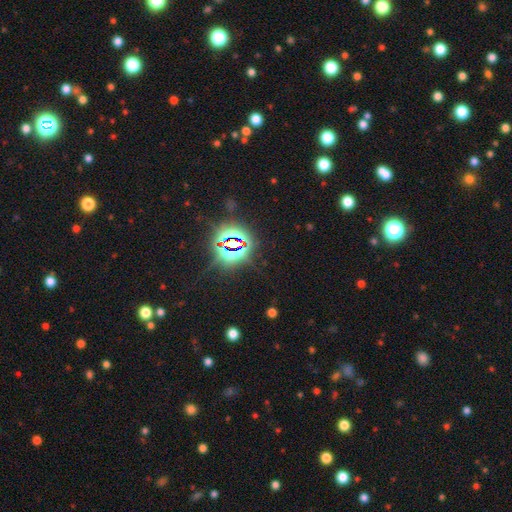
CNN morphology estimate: type=star or artifact (81%).